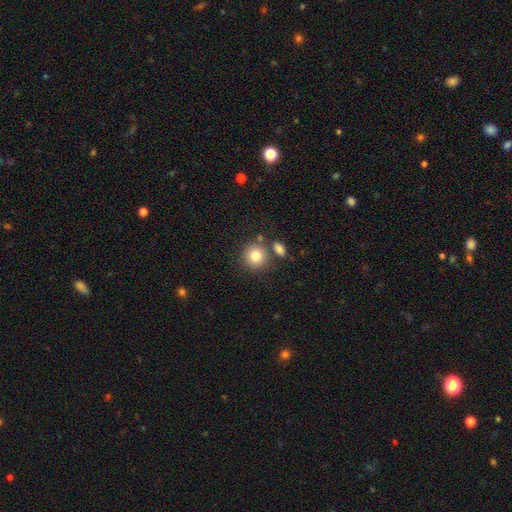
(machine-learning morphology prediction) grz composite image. It shows a smooth galaxy with no disk features (81%) that is round (89%). Merging: none (73%).